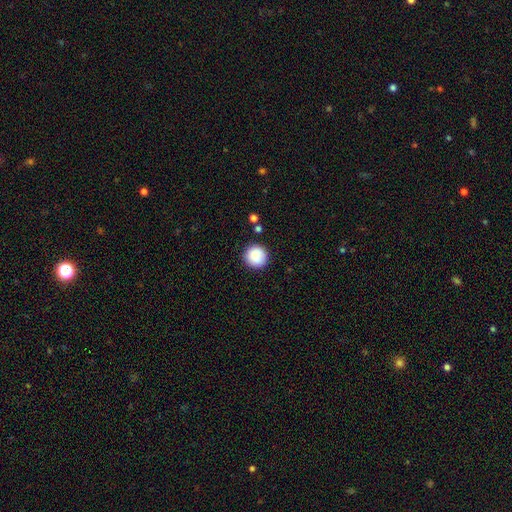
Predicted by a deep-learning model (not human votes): Smooth or featured?
  - smooth: 86% *
  - star or artifact: 8%
  - featured or disk: 6%
How rounded?
  - round: 95% *
  - in between: 4%
  - cigar-shaped: 1%
Merging?
  - none: 88% *
  - minor disturbance: 8%
  - merger: 2%
  - major disturbance: 2%